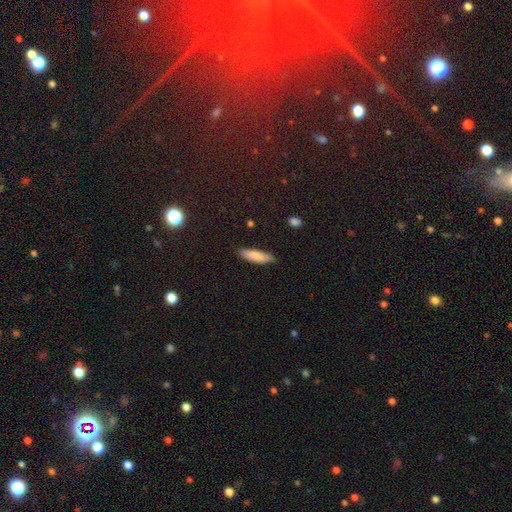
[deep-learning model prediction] smooth_or_featured: smooth (p=0.80) [alt: featured or disk p=0.14]
how_rounded: cigar-shaped (p=0.59) [alt: in between p=0.39]
merging: none (p=0.83) [alt: minor disturbance p=0.13]